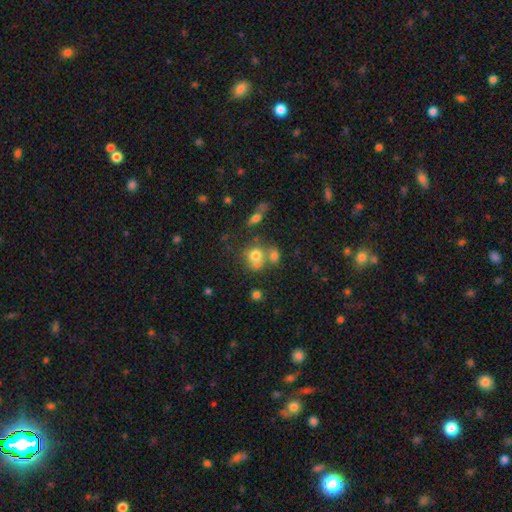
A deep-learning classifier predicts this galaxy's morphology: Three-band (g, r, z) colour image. It shows a smooth galaxy with no disk features (71%) that is round (75%). Merging: none (43%).